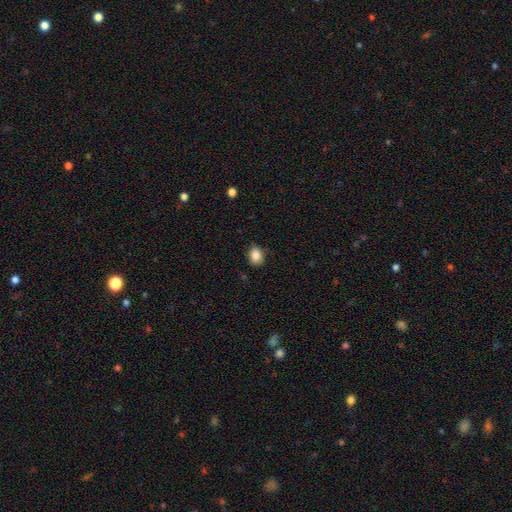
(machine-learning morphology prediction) smooth 85%, star or artifact 9%, featured or disk 6%. Down the decision tree: how rounded — in between (60%); merging — none (82%).